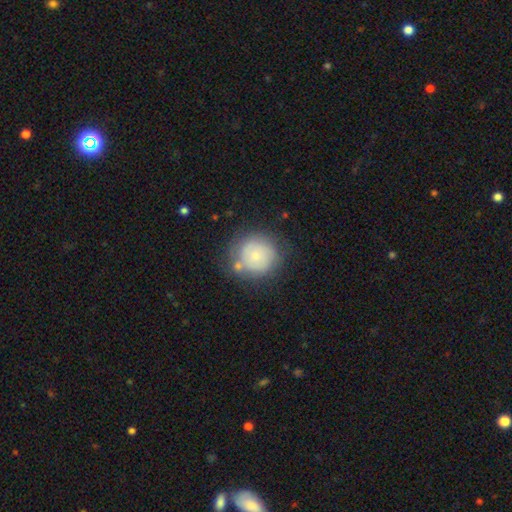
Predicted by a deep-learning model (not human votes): Smooth or featured? smooth (62%)
How rounded? round (91%)
Merging? none (66%)